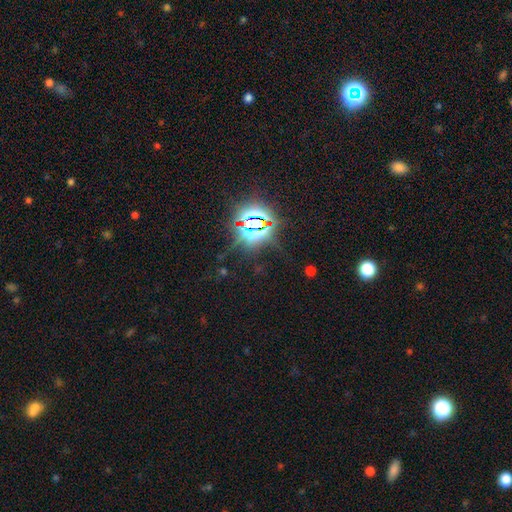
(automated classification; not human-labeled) Overall: star or artifact (83%).